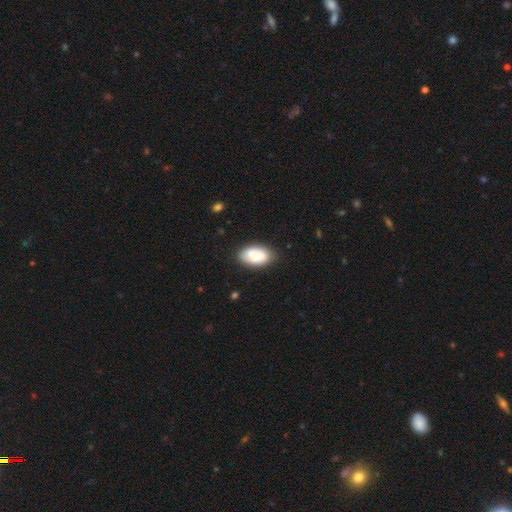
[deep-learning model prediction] smooth-or-featured: smooth: 78% | featured or disk: 15% | star or artifact: 7%
  how-rounded: in between: 93% | round: 5% | cigar-shaped: 2%
  merging: none: 74% | minor disturbance: 18% | major disturbance: 5% | merger: 4%